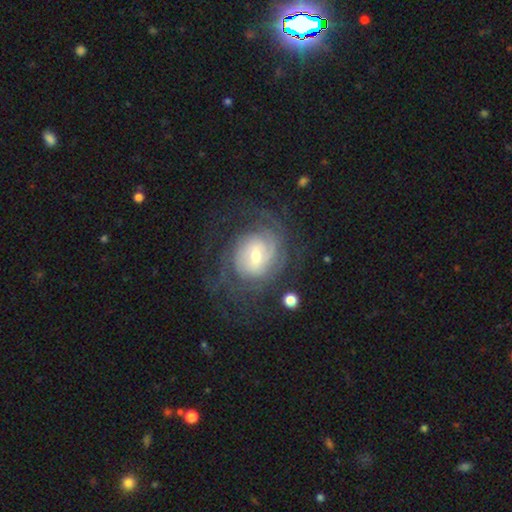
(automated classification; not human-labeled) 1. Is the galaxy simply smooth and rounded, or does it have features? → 83% featured or disk, 11% smooth, 7% star or artifact.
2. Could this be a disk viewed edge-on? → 97% no, 3% yes.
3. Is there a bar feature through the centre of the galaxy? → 48% weak, 37% no, 15% strong.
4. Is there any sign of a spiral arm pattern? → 94% yes, 6% no.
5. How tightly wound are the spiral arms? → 61% tight, 27% medium, 11% loose.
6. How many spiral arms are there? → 40% can't tell, 22% 2, 14% 3, 11% 4, 7% more than 4, 7% 1.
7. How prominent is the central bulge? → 48% moderate, 43% small, 6% large, 1% dominant, 1% none.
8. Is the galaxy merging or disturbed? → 65% none, 17% major disturbance, 15% minor disturbance, 2% merger.